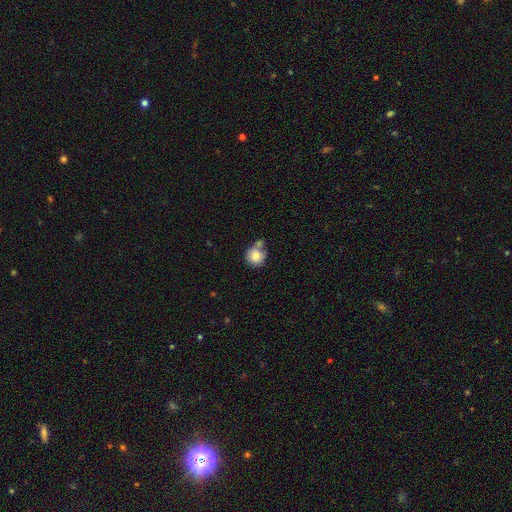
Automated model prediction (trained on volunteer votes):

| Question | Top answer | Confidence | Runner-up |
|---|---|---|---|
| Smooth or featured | smooth | 80% | featured or disk (12%) |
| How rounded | round | 90% | in between (9%) |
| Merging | none | 51% | merger (29%) |